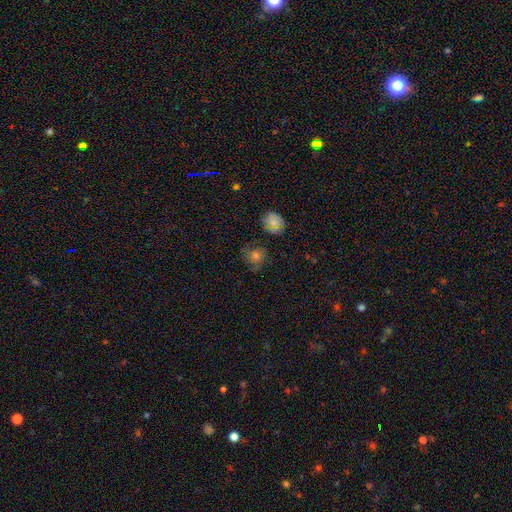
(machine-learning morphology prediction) Q: Smooth or featured?
A: smooth (54%); runner-up: featured or disk (25%)
Q: How rounded?
A: round (84%); runner-up: in between (15%)
Q: Merging?
A: none (73%); runner-up: minor disturbance (17%)